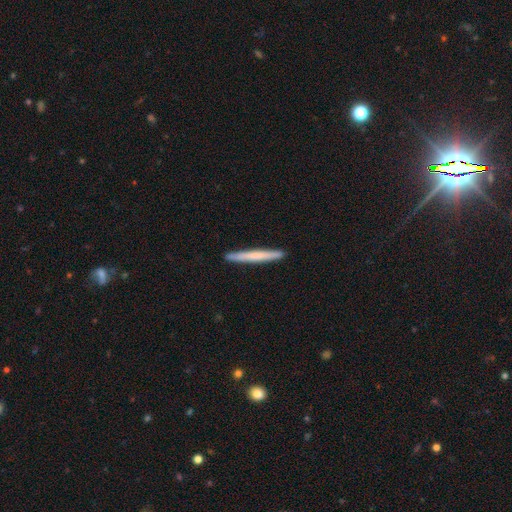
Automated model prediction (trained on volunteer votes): A smooth galaxy with no disk features (64%) that is cigar-shaped (97%). Merging: none (92%).